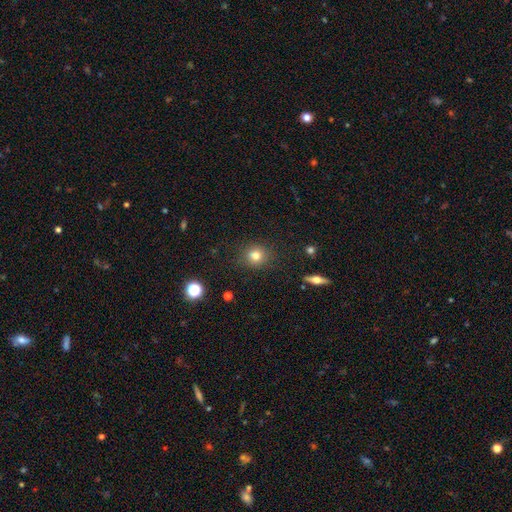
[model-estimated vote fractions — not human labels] Smooth or featured: smooth — 79% (star or artifact — 13%)
How rounded: round — 85% (in between — 14%)
Merging: none — 87% (minor disturbance — 9%)